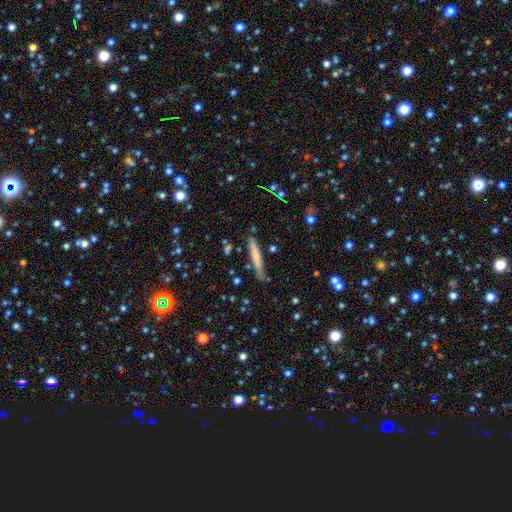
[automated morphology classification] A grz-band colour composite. It shows a smooth galaxy with no disk features (68%) that is cigar-shaped (94%). Merging: none (79%).